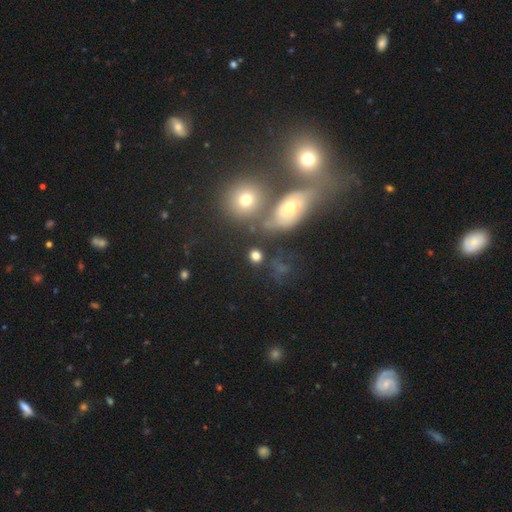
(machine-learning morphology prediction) A smooth galaxy with no disk features (74%) that is round (69%).

Vote fractions:
- Smooth or featured? smooth: 74% / star or artifact: 14% / featured or disk: 12%
- How rounded? round: 69% / in between: 28% / cigar-shaped: 2%
- Merging? none: 65% / merger: 17% / minor disturbance: 11% / major disturbance: 8%